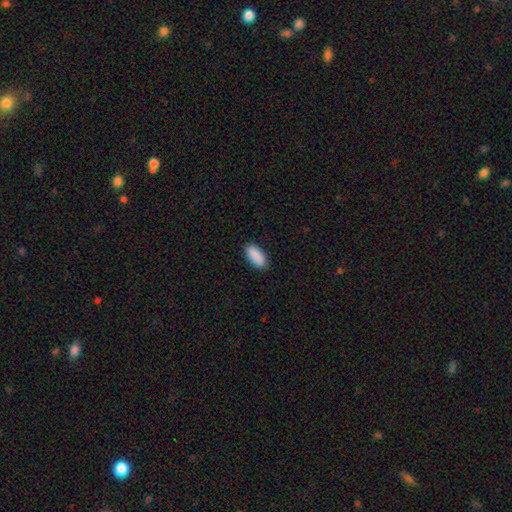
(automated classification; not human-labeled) smooth-or-featured: smooth: 91% | star or artifact: 6% | featured or disk: 3%
  how-rounded: in between: 88% | cigar-shaped: 10% | round: 2%
  merging: none: 89% | minor disturbance: 8% | major disturbance: 2% | merger: 1%